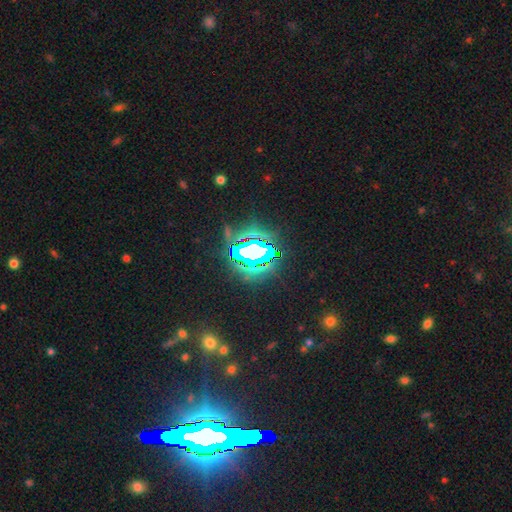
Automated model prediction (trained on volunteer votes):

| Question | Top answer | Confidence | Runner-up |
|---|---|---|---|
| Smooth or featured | star or artifact | 73% | smooth (14%) |